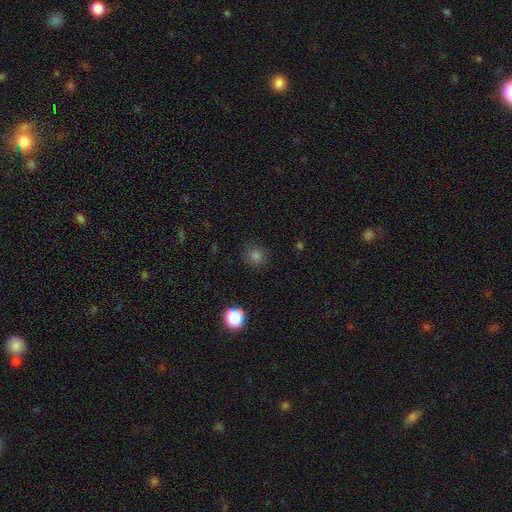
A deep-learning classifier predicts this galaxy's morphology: A smooth galaxy with no disk features (75%) that is round (88%).

Vote fractions:
- Smooth or featured? smooth: 75% / star or artifact: 20% / featured or disk: 5%
- How rounded? round: 88% / in between: 11% / cigar-shaped: 1%
- Merging? none: 85% / minor disturbance: 10% / major disturbance: 3% / merger: 1%